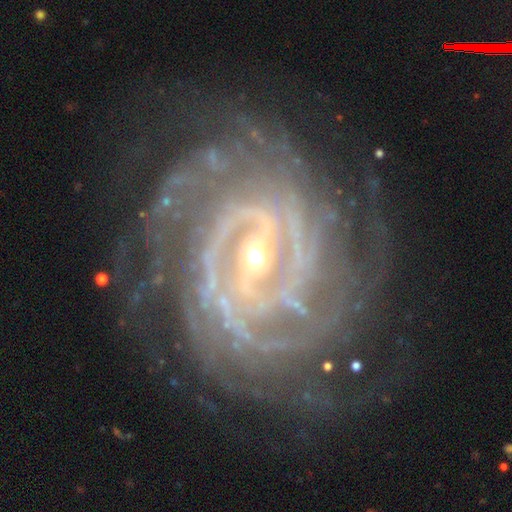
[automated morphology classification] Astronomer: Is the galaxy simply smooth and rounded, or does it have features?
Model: featured or disk — 93%.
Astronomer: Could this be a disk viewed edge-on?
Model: no — 97%.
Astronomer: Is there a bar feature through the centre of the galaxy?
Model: strong — 49% (runner-up: weak, 37%).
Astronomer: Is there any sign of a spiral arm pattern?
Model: yes — 98%.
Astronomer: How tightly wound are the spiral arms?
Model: tight — 76%.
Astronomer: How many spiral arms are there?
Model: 4 — 22% (runner-up: can't tell, 21%).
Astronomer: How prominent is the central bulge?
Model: small — 71%.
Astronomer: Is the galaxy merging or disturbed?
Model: none — 76%.